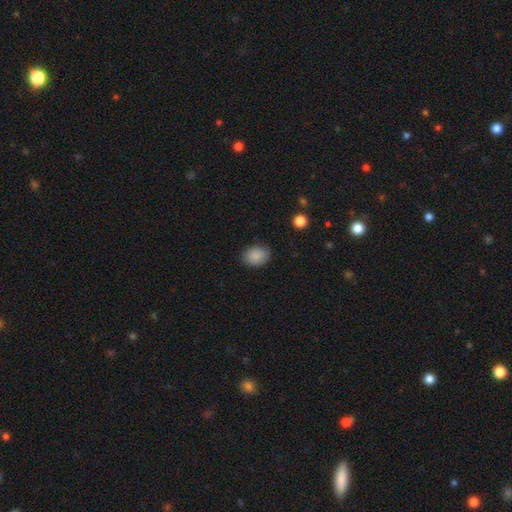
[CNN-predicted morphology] This appears to be a smooth galaxy with no disk features (88%) that is in between round and cigar-shaped (63%). Merging: none (82%).